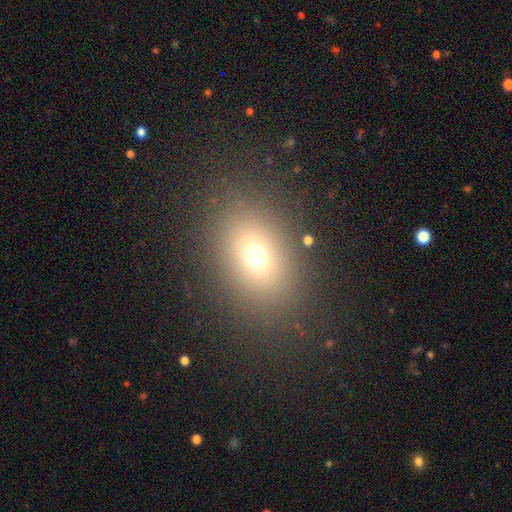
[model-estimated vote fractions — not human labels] This is likely a smooth galaxy (69%). How rounded: likely in between (63%). Merging: clearly none (85%).